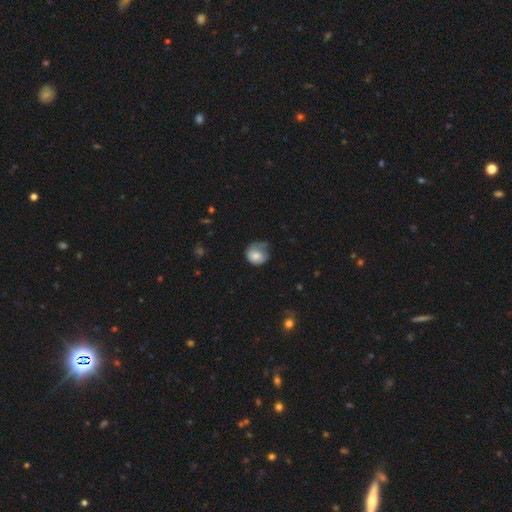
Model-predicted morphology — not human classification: Smooth or featured?
  - smooth: 74% *
  - featured or disk: 18%
  - star or artifact: 8%
How rounded?
  - round: 68% *
  - in between: 31%
  - cigar-shaped: 1%
Merging?
  - minor disturbance: 37% *
  - none: 36%
  - major disturbance: 25%
  - merger: 2%